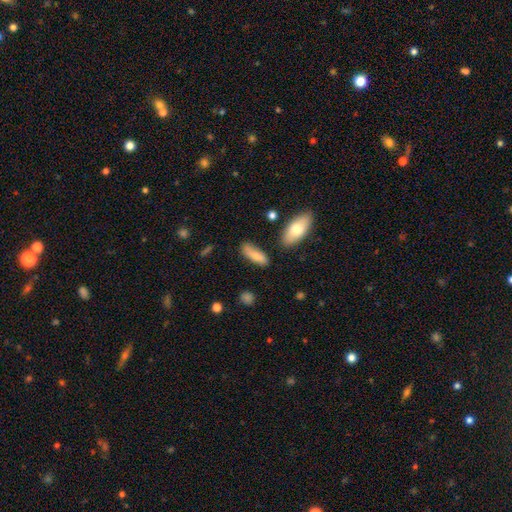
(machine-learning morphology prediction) This appears to be a smooth galaxy with no disk features (76%) that is in between round and cigar-shaped (59%). Merging: none (68%).